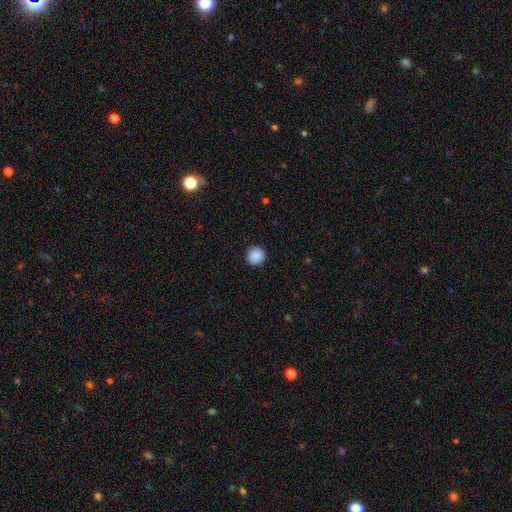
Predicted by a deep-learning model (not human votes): Smooth or featured? smooth (89%)
How rounded? round (96%)
Merging? none (93%)